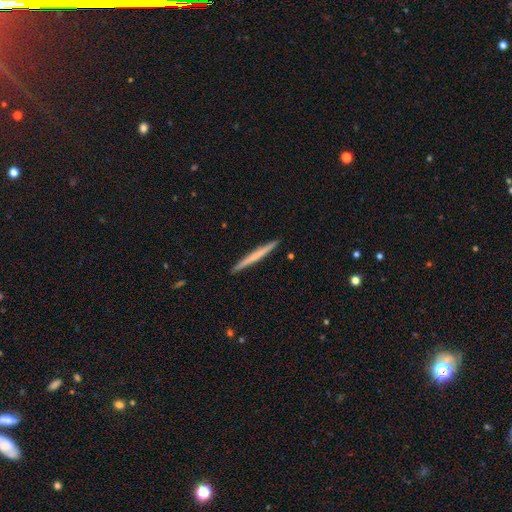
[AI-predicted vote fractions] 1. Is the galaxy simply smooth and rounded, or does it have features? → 53% smooth, 42% featured or disk, 5% star or artifact.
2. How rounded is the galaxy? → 97% cigar-shaped, 1% in between, 1% round.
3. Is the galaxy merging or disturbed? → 93% none, 5% minor disturbance, 1% major disturbance, 1% merger.